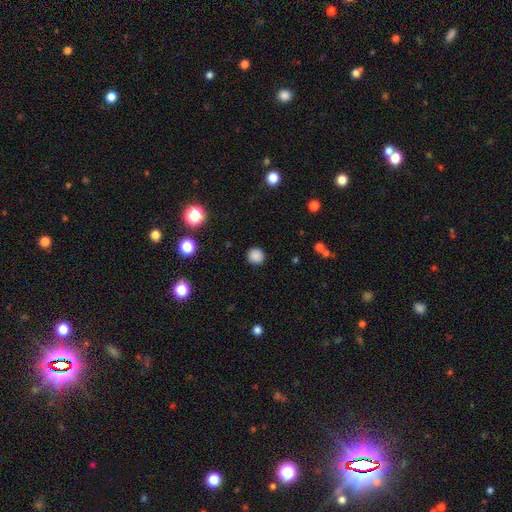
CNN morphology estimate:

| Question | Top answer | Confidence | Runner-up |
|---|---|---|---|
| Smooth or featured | smooth | 85% | star or artifact (12%) |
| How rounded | round | 92% | in between (7%) |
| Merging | none | 91% | minor disturbance (6%) |